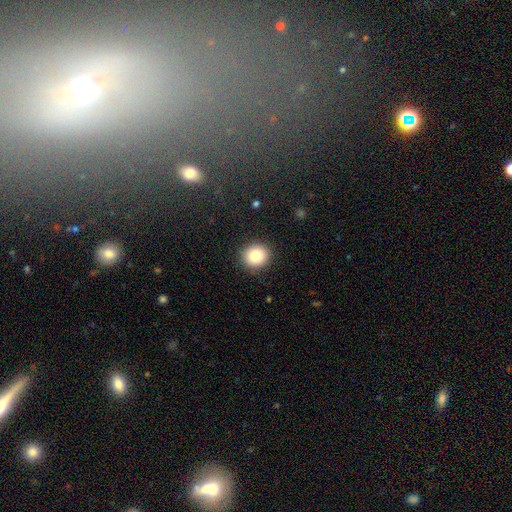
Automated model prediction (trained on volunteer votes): Smooth or featured?
  - smooth: 83% *
  - star or artifact: 9%
  - featured or disk: 8%
How rounded?
  - round: 82% *
  - in between: 17%
  - cigar-shaped: 1%
Merging?
  - none: 90% *
  - minor disturbance: 6%
  - major disturbance: 2%
  - merger: 1%